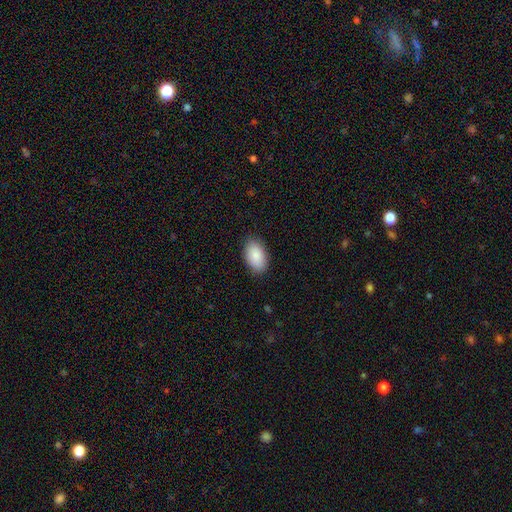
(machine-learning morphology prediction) smooth_or_featured: smooth (p=0.89) [alt: star or artifact p=0.06]
how_rounded: in between (p=0.94) [alt: round p=0.04]
merging: none (p=0.86) [alt: minor disturbance p=0.11]